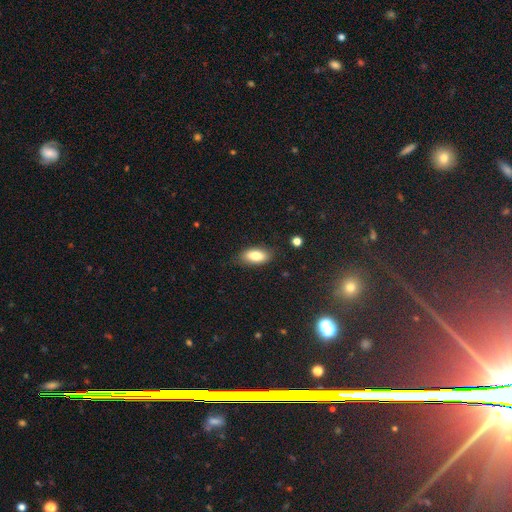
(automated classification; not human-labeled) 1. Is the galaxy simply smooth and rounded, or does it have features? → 81% smooth, 11% featured or disk, 8% star or artifact.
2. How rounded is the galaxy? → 88% in between, 8% cigar-shaped, 4% round.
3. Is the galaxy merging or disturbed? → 81% none, 14% minor disturbance, 3% major disturbance, 1% merger.